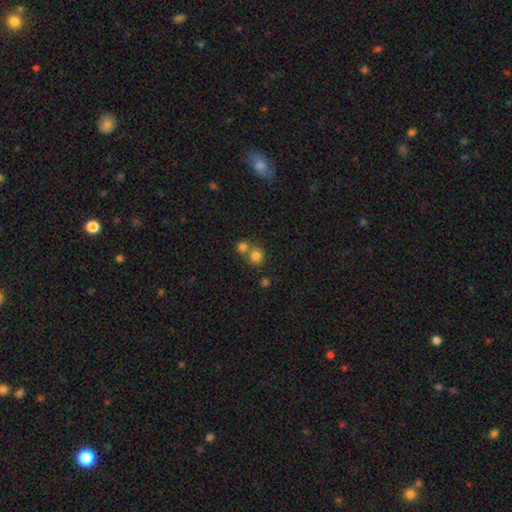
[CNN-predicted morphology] The model was most divided on "merging": none: 49%, merger: 42%, minor disturbance: 6%, major disturbance: 2%. More confident: how rounded — round (85%); smooth or featured — smooth (79%).